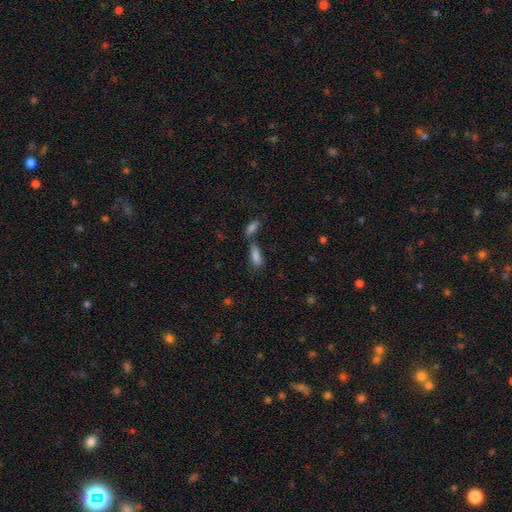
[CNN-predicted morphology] A smooth galaxy with no disk features (82%) that is in between round and cigar-shaped (80%). Merging: none (40%).